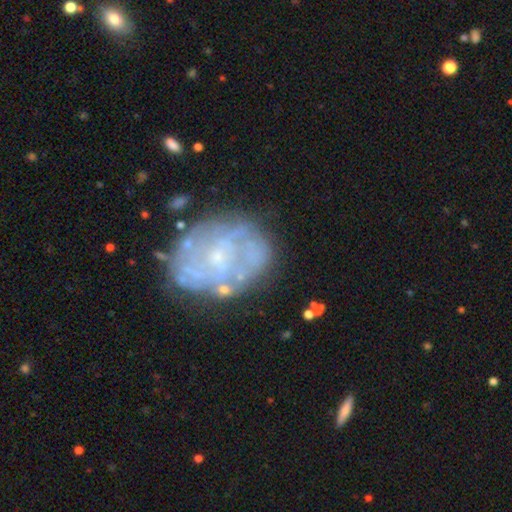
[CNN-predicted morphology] smooth_or_featured: featured or disk (p=0.68) [alt: smooth p=0.21]
disk_edge_on: no (p=0.97) [alt: yes p=0.03]
bar: no (p=0.69) [alt: weak p=0.25]
has_spiral_arms: yes (p=0.62) [alt: no p=0.38]
bulge_size: small (p=0.55) [alt: none p=0.22]
merging: none (p=0.62) [alt: minor disturbance p=0.20]